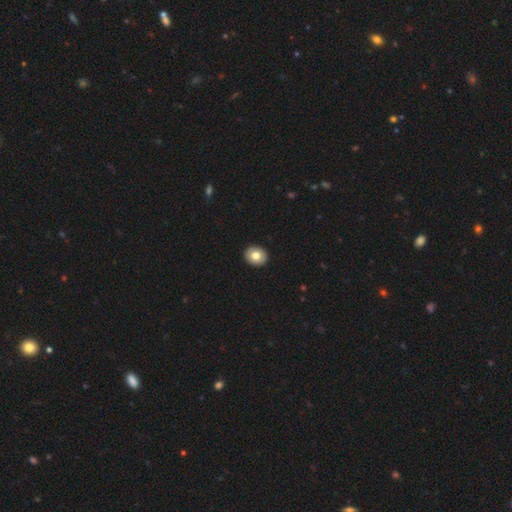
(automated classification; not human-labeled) Overall: smooth (77%). How rounded: round (67%; in between 32%). Merging: none (92%).